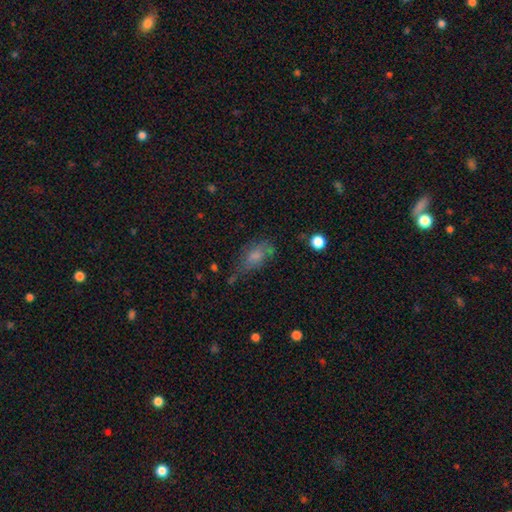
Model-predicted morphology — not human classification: Overall: smooth (66%). How rounded: in between (83%). Merging: none (48%; minor disturbance 29%).